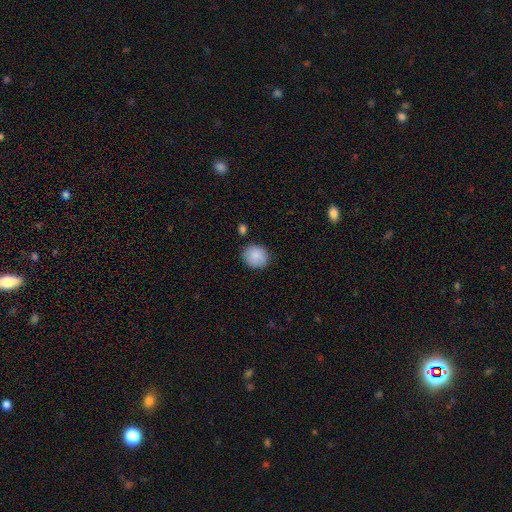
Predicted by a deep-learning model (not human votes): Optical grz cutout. It shows a smooth galaxy with no disk features (88%) that is round (75%). Merging: none (80%).